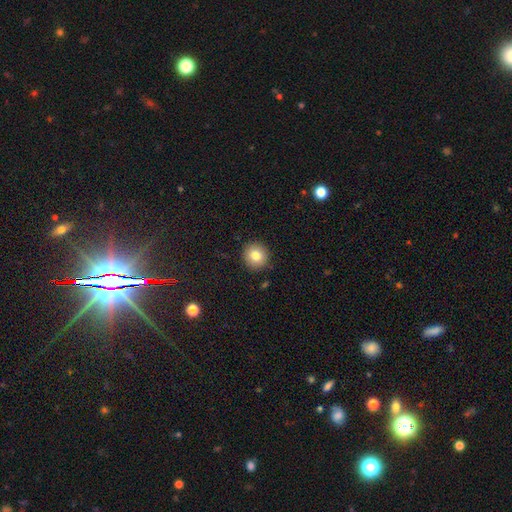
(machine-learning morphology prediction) Overall: smooth (80%). How rounded: round (93%). Merging: none (91%).